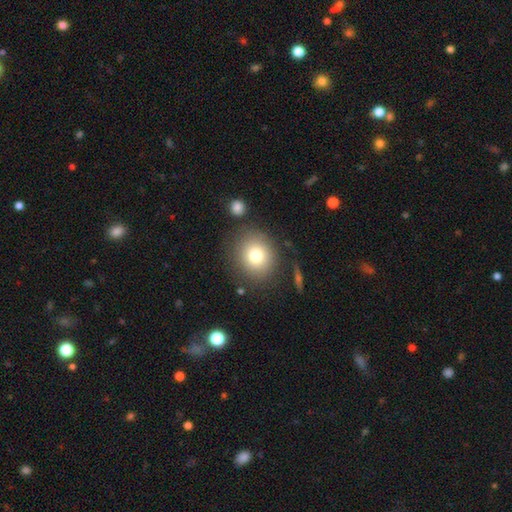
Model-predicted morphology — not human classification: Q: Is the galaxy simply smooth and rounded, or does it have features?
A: smooth — 77%.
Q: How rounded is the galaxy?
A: round — 78%.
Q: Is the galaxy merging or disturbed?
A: none — 81%.